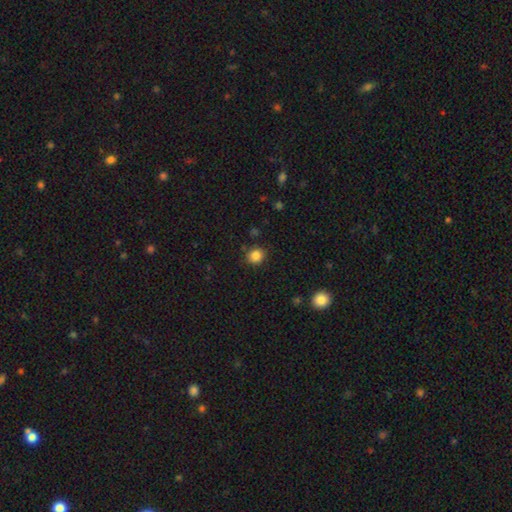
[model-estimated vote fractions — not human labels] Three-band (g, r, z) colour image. It shows a smooth galaxy with no disk features (85%) that is round (81%). Merging: none (86%).